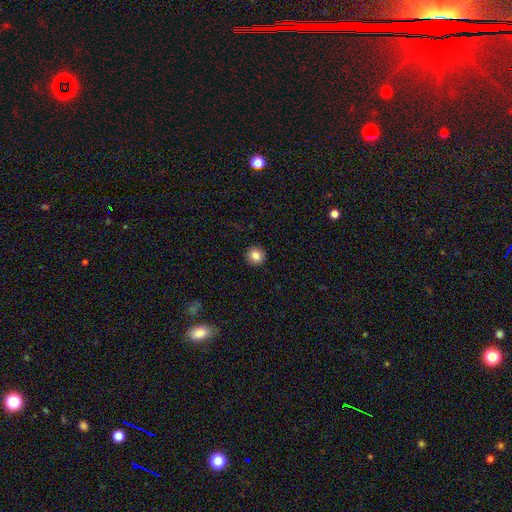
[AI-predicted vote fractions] smooth_or_featured: smooth (p=0.83) [alt: star or artifact p=0.10]
how_rounded: round (p=0.93) [alt: in between p=0.06]
merging: none (p=0.93) [alt: minor disturbance p=0.05]